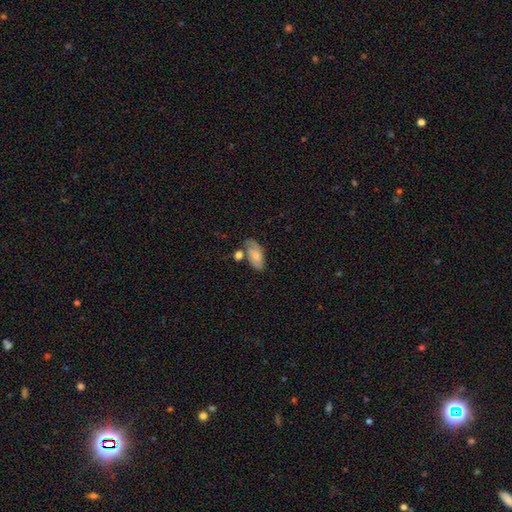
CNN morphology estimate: Smooth or featured? smooth (65%)
How rounded? in between (90%)
Merging? none (44%)